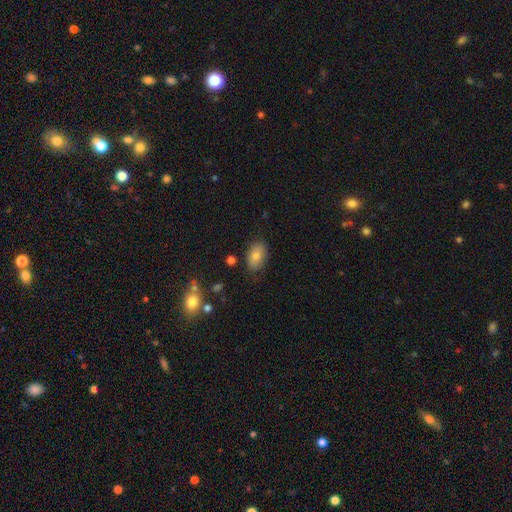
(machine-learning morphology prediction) This appears to be a smooth galaxy with no disk features (80%) that is in between round and cigar-shaped (90%). Merging: none (81%).